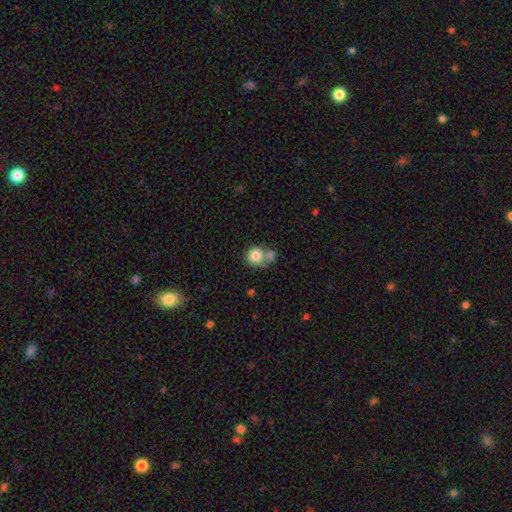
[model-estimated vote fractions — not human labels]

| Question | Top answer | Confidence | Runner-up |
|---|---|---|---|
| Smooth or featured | smooth | 80% | featured or disk (12%) |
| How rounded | round | 80% | in between (19%) |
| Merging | merger | 48% | none (33%) |